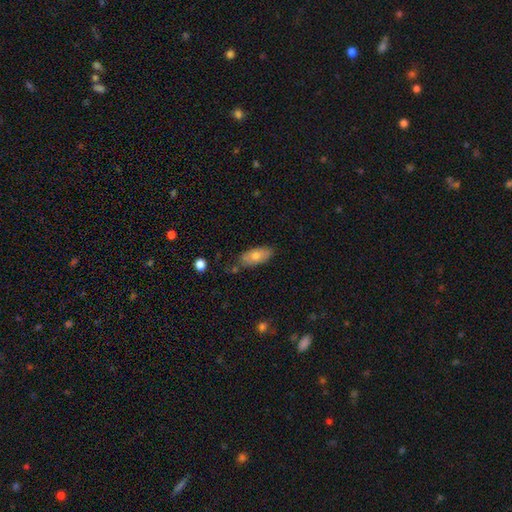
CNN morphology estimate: type=smooth (72%); roundness=in between (86%); merging=none (73%).